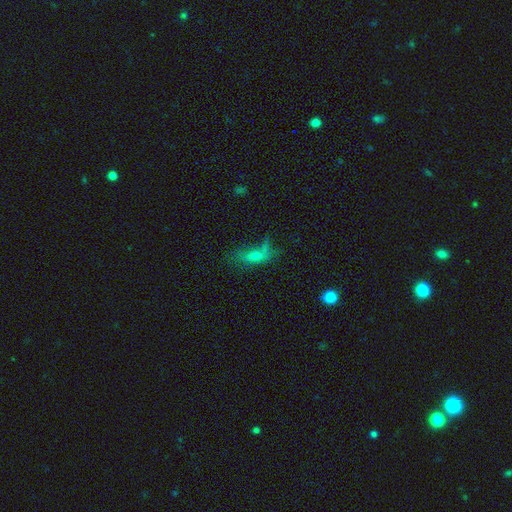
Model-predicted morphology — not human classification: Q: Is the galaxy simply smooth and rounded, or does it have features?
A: smooth — 56%.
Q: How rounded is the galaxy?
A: in between — 70%.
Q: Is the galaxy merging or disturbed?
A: none — 36%.